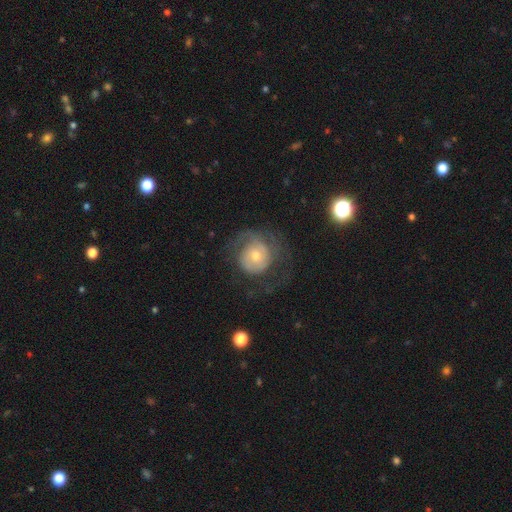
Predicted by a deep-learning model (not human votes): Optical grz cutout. It shows a featured or disk galaxy (64%) with no bar (77%), spiral arms (80%) and a moderate central bulge (51%). Merging: none (52%).